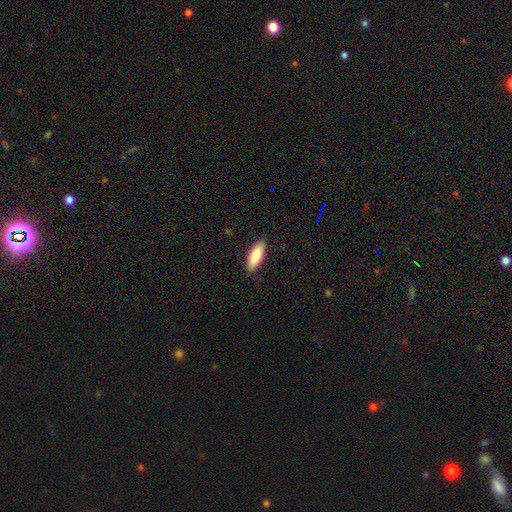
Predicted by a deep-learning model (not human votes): Q: Smooth or featured?
A: smooth (85%); runner-up: featured or disk (9%)
Q: How rounded?
A: in between (69%); runner-up: cigar-shaped (30%)
Q: Merging?
A: none (89%); runner-up: minor disturbance (9%)